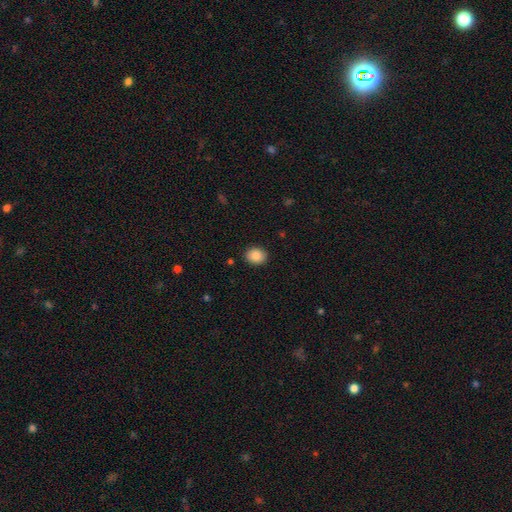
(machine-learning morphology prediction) Overall: smooth (88%). How rounded: round (53%; in between 46%). Merging: none (90%).